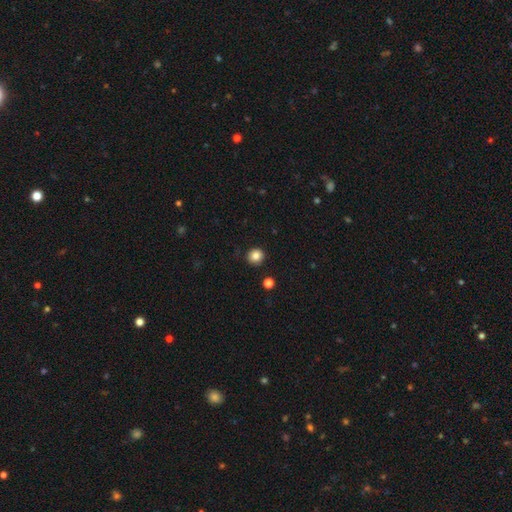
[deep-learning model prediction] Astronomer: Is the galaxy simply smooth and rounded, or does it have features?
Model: smooth — 84%.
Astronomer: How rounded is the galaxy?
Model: round — 92%.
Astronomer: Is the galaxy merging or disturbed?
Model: none — 91%.